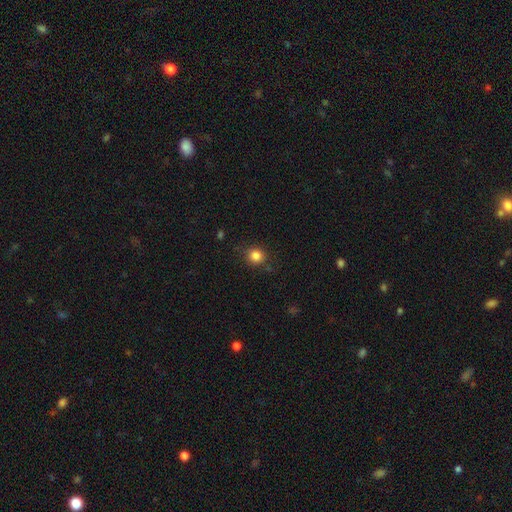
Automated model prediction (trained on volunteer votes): Smooth or featured?
  - smooth: 84% *
  - star or artifact: 12%
  - featured or disk: 4%
How rounded?
  - round: 88% *
  - in between: 11%
  - cigar-shaped: 1%
Merging?
  - none: 85% *
  - minor disturbance: 10%
  - major disturbance: 3%
  - merger: 2%